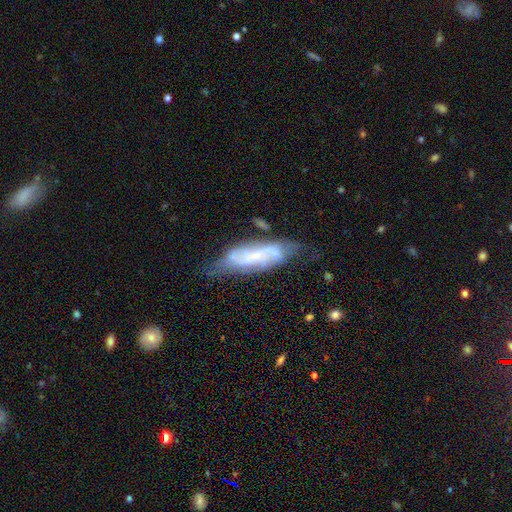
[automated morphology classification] featured or disk 75%, smooth 18%, star or artifact 7%. Down the decision tree: edge-on disk — no (84%); bar — no (56%); spiral arms — yes (86%); spiral arm count — 2 (47%); spiral winding — medium (43%); bulge size — small (69%); merging — none (58%).